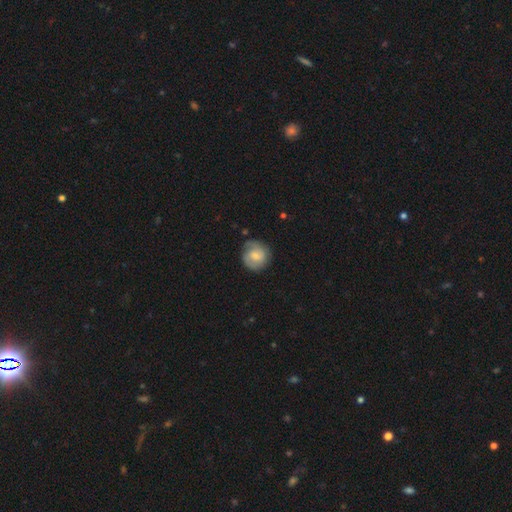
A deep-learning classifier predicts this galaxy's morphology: This appears to be a smooth galaxy with no disk features (55%) that is round (87%). Merging: none (72%).